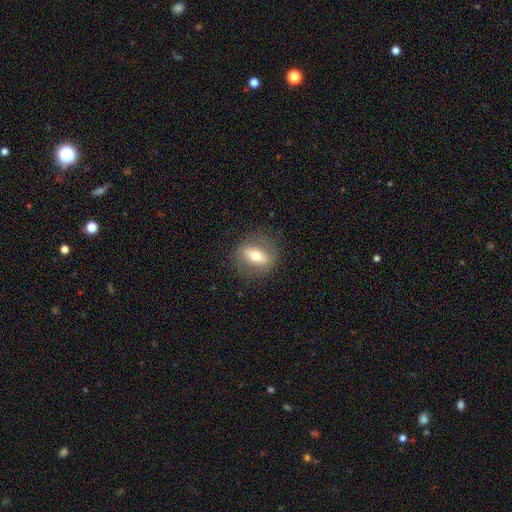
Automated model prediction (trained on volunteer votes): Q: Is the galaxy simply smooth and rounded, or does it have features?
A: smooth — 50%.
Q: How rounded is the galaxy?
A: in between — 57%.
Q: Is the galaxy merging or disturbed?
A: none — 83%.